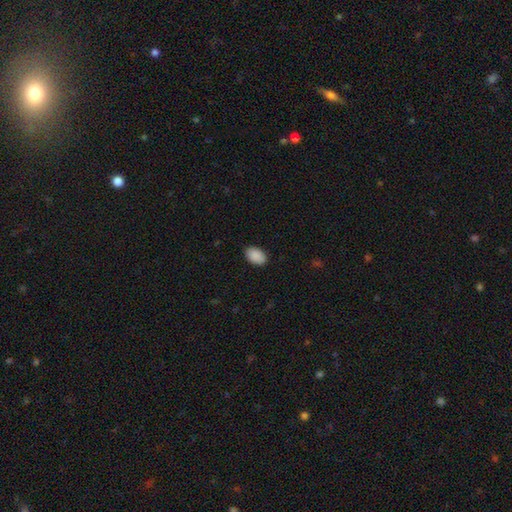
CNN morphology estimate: Q: Smooth or featured?
A: smooth (91%); runner-up: star or artifact (7%)
Q: How rounded?
A: in between (89%); runner-up: round (10%)
Q: Merging?
A: none (88%); runner-up: minor disturbance (9%)